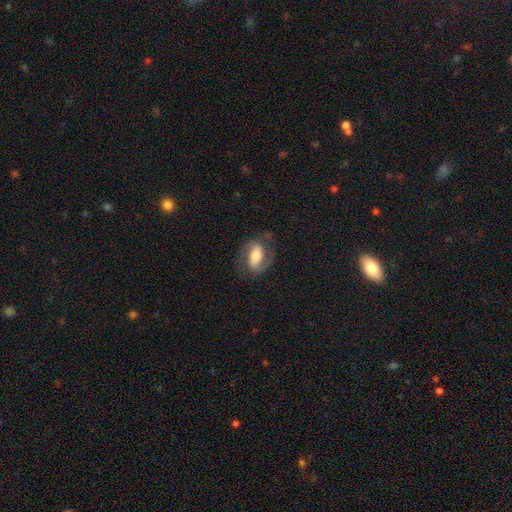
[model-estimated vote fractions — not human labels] featured or disk 72%, smooth 21%, star or artifact 6%. Down the decision tree: edge-on disk — no (96%); bar — strong (45%); spiral arms — yes (90%); spiral arm count — 2 (89%); spiral winding — medium (52%); bulge size — moderate (50%); merging — none (74%).